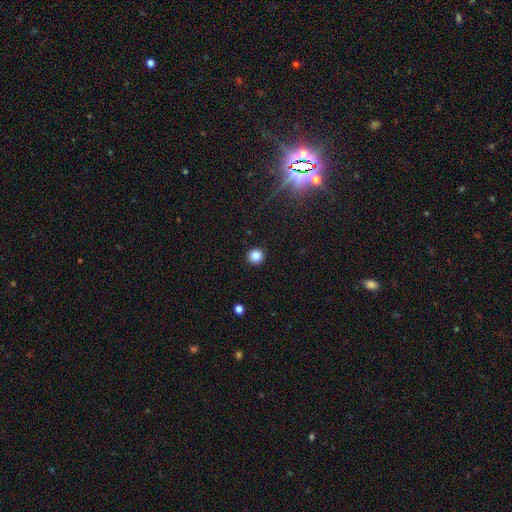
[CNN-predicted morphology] smooth_or_featured: smooth (p=0.84) [alt: star or artifact p=0.12]
how_rounded: round (p=0.94) [alt: in between p=0.05]
merging: none (p=0.92) [alt: minor disturbance p=0.05]